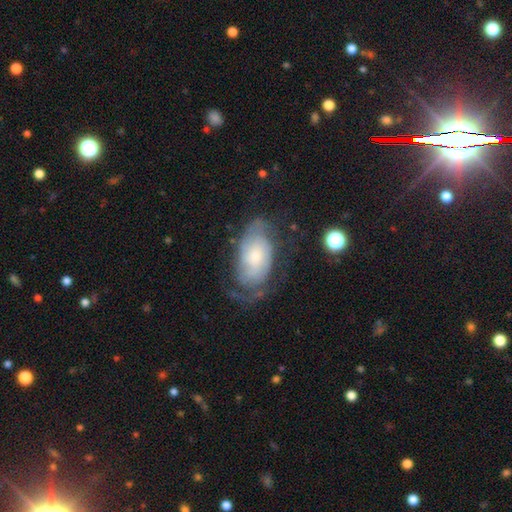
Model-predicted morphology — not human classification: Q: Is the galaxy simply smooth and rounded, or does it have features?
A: featured or disk — 74%.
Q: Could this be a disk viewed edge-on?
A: no — 95%.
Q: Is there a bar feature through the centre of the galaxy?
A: no — 70%.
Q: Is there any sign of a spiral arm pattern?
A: yes — 90%.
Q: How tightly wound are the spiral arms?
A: tight — 52%.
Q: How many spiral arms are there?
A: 2 — 42%.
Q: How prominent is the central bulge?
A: small — 59%.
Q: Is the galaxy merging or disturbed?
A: none — 54%.